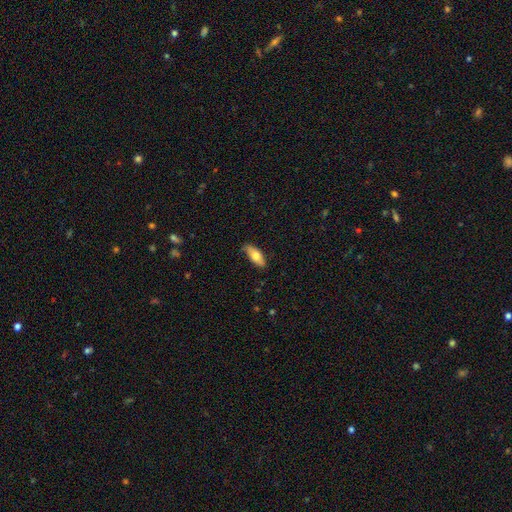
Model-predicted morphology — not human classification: The model was most divided on "smooth or featured": smooth: 70%, featured or disk: 24%, star or artifact: 6%. More confident: merging — none (80%); how rounded — in between (78%).